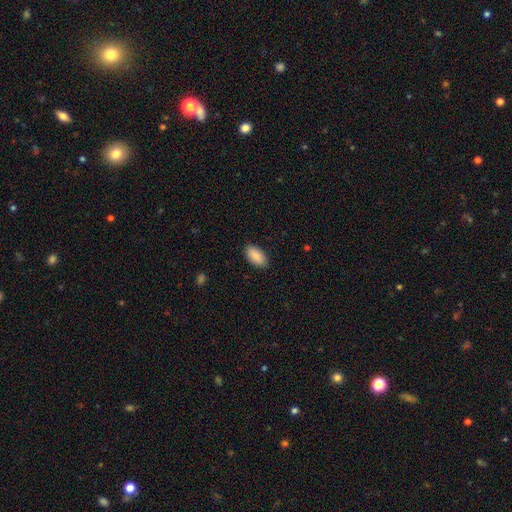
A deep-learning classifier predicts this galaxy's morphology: A smooth galaxy with no disk features (90%) that is in between round and cigar-shaped (94%). Merging: none (89%).